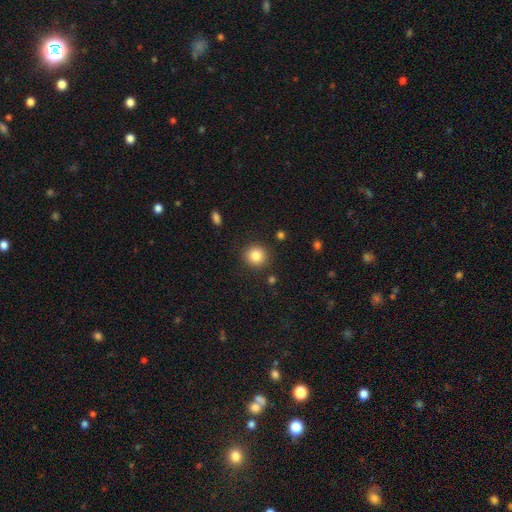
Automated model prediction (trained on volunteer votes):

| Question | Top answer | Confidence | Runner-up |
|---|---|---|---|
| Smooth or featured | smooth | 84% | star or artifact (10%) |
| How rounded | round | 92% | in between (7%) |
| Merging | none | 89% | minor disturbance (7%) |